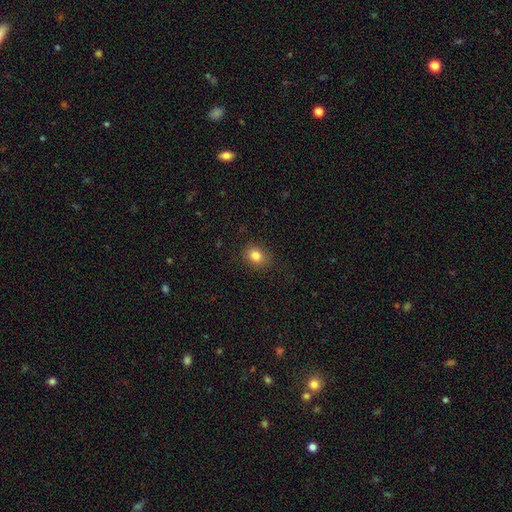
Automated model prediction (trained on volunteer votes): Smooth or featured? Predicted: smooth (p=0.83). How rounded? Predicted: round (p=0.56). Merging? Predicted: none (p=0.86).